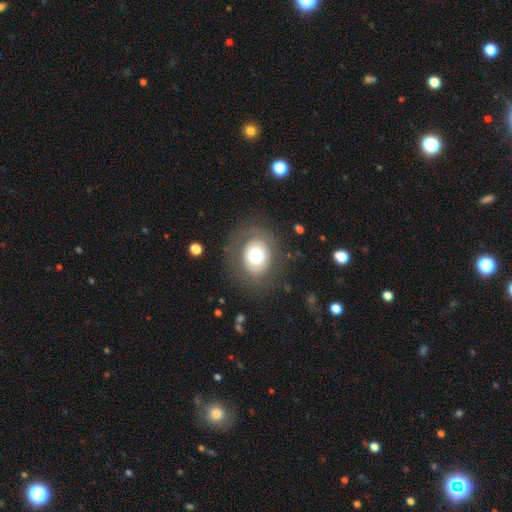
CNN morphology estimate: This appears to be a smooth galaxy with no disk features (65%) that is round (63%). Merging: none (76%).